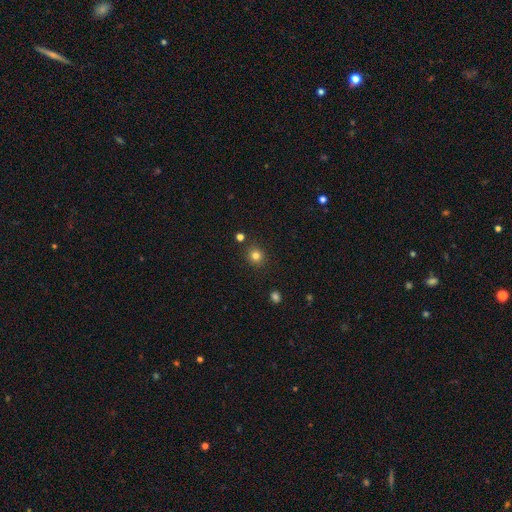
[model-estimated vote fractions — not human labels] Overall: smooth (80%). How rounded: round (88%). Merging: none (88%).